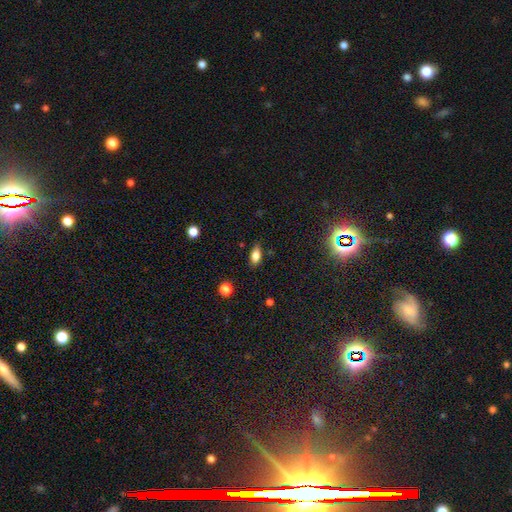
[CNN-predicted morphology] Smooth or featured: smooth — 80% (star or artifact — 10%)
How rounded: in between — 85% (cigar-shaped — 8%)
Merging: none — 81% (minor disturbance — 15%)